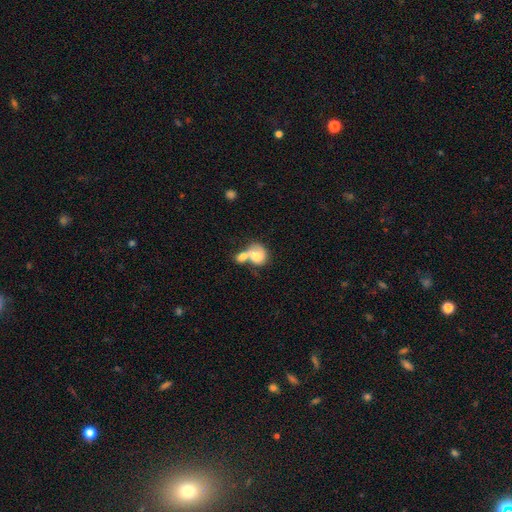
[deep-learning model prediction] This is likely a smooth galaxy (62%). How rounded: possibly round (52%). Merging: likely merger (70%).